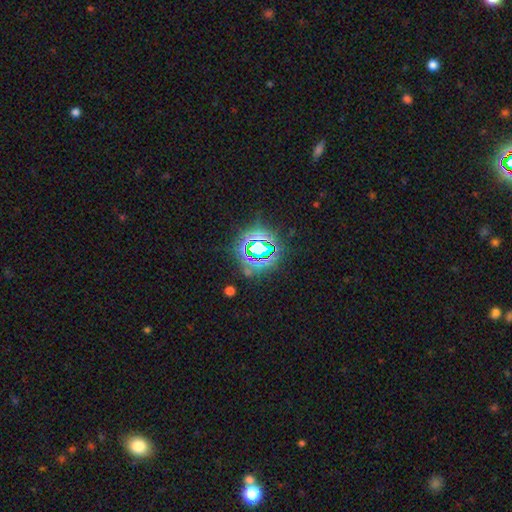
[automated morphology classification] This is likely a star or artifact rather than a galaxy (78%).